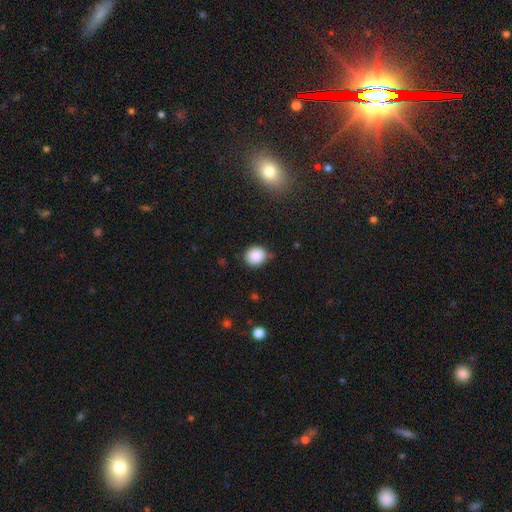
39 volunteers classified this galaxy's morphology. smooth-or-featured: smooth: 87% | star or artifact: 8% | featured or disk: 5%
  how-rounded: round: 88% | in between: 12% | cigar-shaped: 0%
  merging: none: 86% | minor disturbance: 11% | merger: 3% | major disturbance: 0%